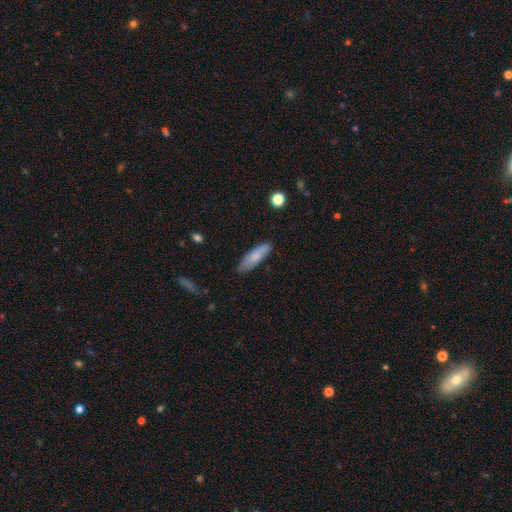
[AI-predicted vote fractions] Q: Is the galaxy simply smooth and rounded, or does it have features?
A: smooth — 78%.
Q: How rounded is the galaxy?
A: cigar-shaped — 60%.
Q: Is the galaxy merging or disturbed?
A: none — 81%.